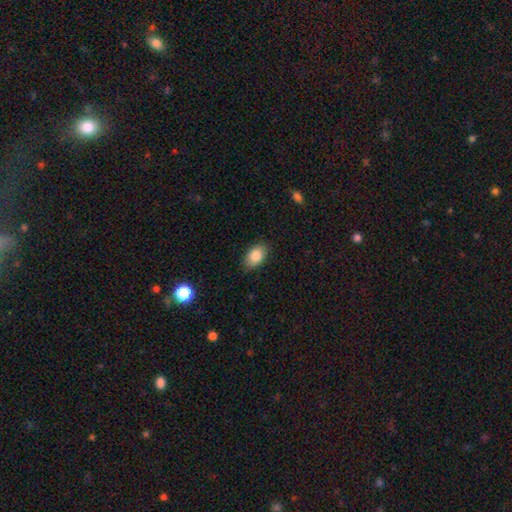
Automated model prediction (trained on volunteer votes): smooth_or_featured: smooth (p=0.84) [alt: featured or disk p=0.08]
how_rounded: in between (p=0.91) [alt: round p=0.07]
merging: none (p=0.86) [alt: minor disturbance p=0.11]